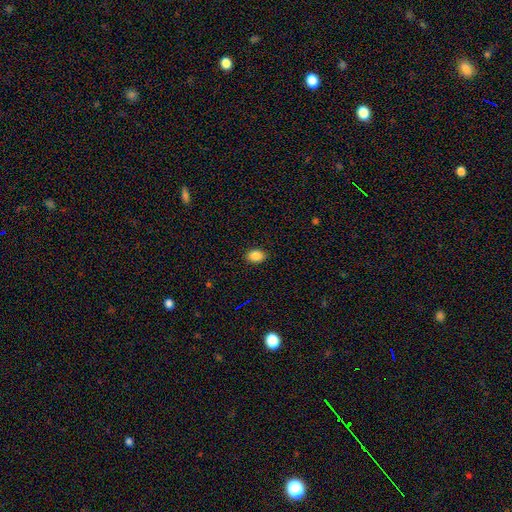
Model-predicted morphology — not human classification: smooth_or_featured: smooth (p=0.87) [alt: star or artifact p=0.09]
how_rounded: in between (p=0.77) [alt: round p=0.21]
merging: none (p=0.88) [alt: minor disturbance p=0.09]